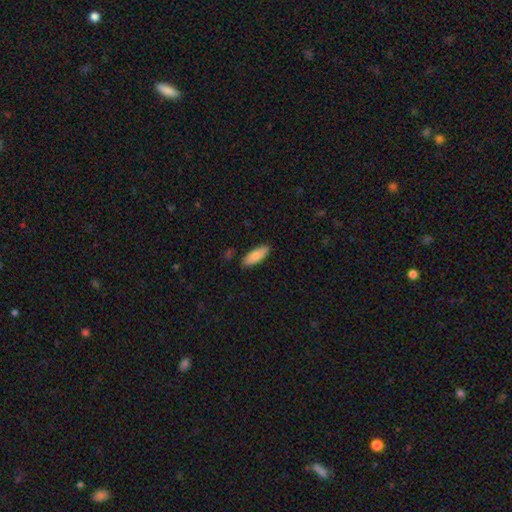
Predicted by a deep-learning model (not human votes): Smooth or featured?
  - smooth: 84% *
  - featured or disk: 10%
  - star or artifact: 6%
How rounded?
  - in between: 68% *
  - cigar-shaped: 30%
  - round: 2%
Merging?
  - none: 87% *
  - minor disturbance: 10%
  - major disturbance: 2%
  - merger: 1%